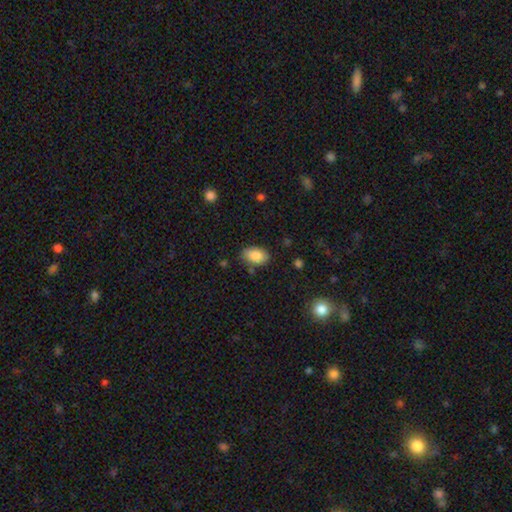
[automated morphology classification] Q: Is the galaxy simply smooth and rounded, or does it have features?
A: smooth — 87%.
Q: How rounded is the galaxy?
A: in between — 90%.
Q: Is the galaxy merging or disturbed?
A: none — 78%.